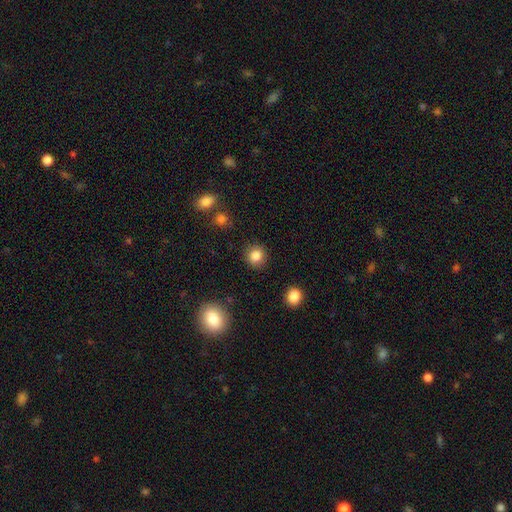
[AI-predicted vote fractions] A smooth galaxy with no disk features (84%) that is round (88%). Merging: none (90%).